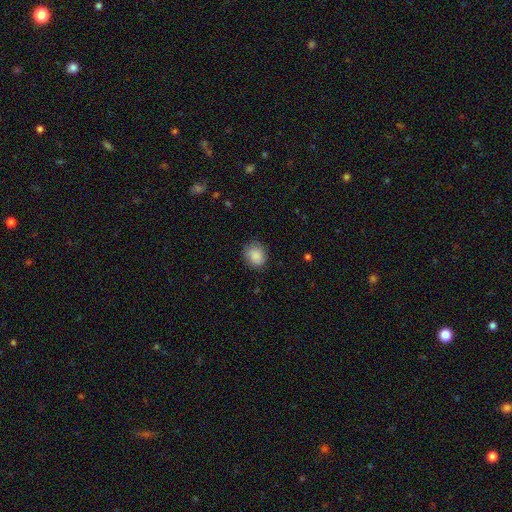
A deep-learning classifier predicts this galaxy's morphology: This appears to be a smooth galaxy with no disk features (87%) that is round (66%). Merging: none (79%).